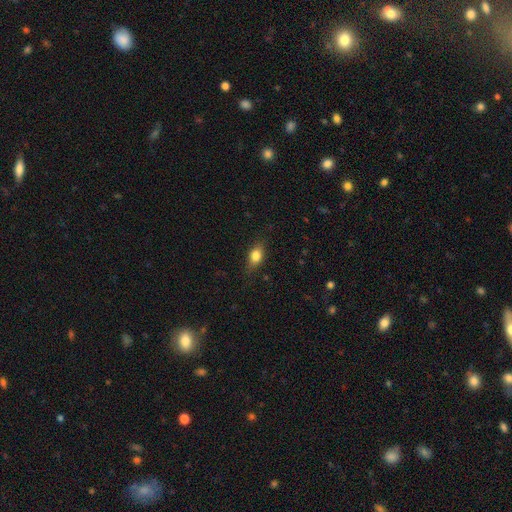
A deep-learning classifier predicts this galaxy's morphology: A smooth galaxy with no disk features (78%) that is in between round and cigar-shaped (75%).

Vote fractions:
- Smooth or featured? smooth: 78% / featured or disk: 13% / star or artifact: 9%
- How rounded? in between: 75% / round: 17% / cigar-shaped: 8%
- Merging? none: 77% / minor disturbance: 17% / major disturbance: 4% / merger: 1%